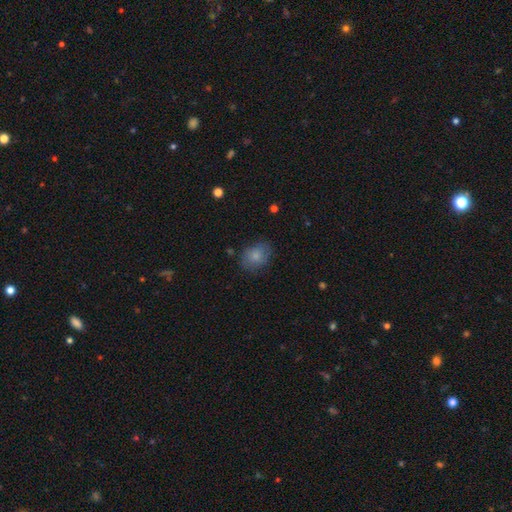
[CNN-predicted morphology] type=smooth (78%); roundness=in between (59%); merging=none (72%).